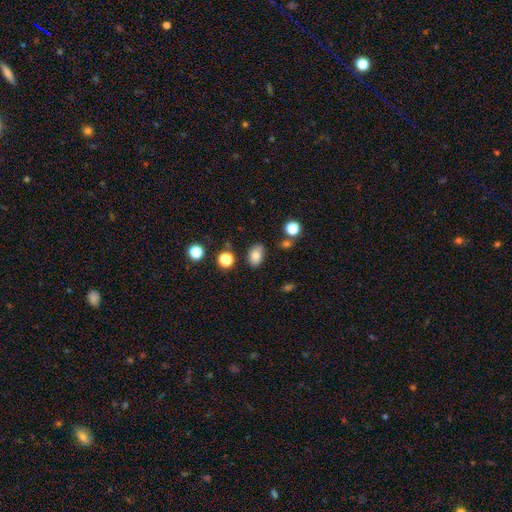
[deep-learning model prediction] smooth 81%, star or artifact 10%, featured or disk 9%. Down the decision tree: how rounded — in between (84%); merging — none (80%).